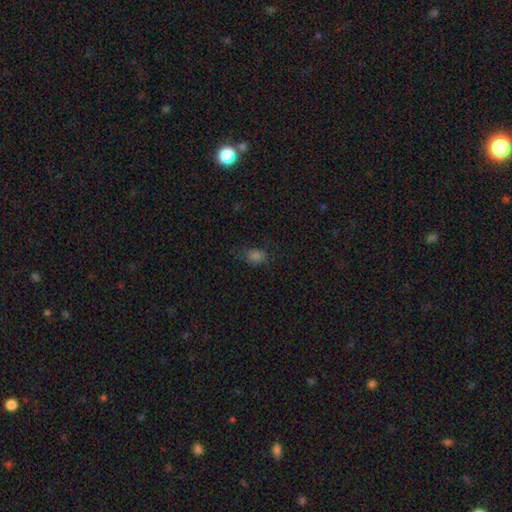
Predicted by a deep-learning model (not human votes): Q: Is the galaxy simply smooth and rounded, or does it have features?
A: smooth — 71%.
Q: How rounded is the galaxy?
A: in between — 65%.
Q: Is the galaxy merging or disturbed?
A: none — 66%.